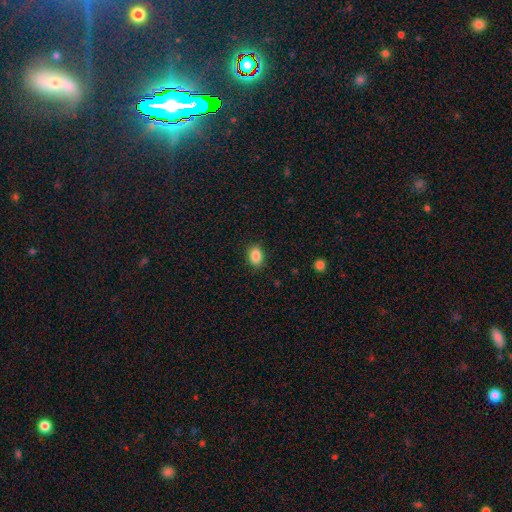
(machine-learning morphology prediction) Smooth or featured? smooth (87%)
How rounded? in between (77%)
Merging? none (87%)